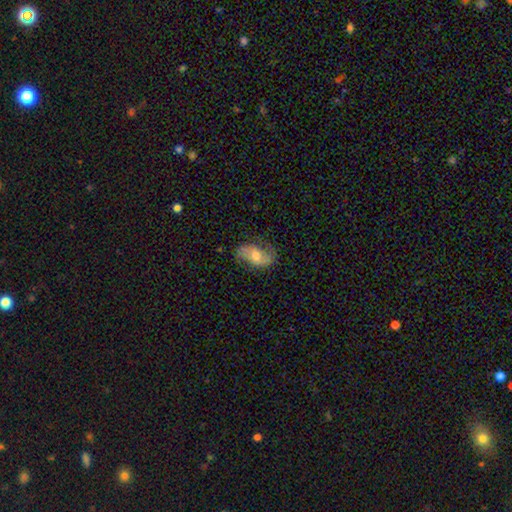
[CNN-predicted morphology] featured or disk 61%, smooth 33%, star or artifact 7%. Down the decision tree: edge-on disk — no (95%); bar — no (49%); spiral arms — yes (87%); bulge size — moderate (66%); merging — none (69%).